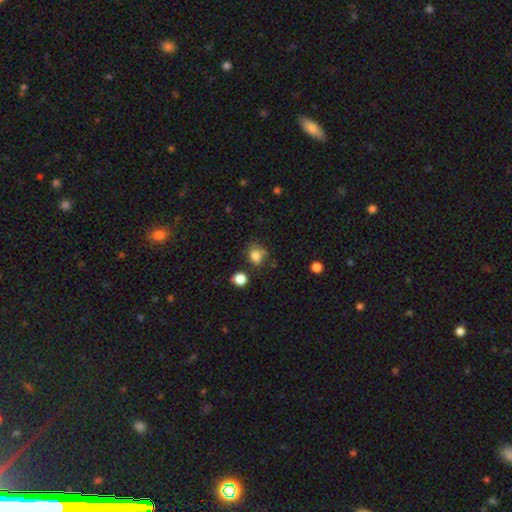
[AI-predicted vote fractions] This appears to be a smooth galaxy with no disk features (80%) that is round (54%). Merging: none (60%).